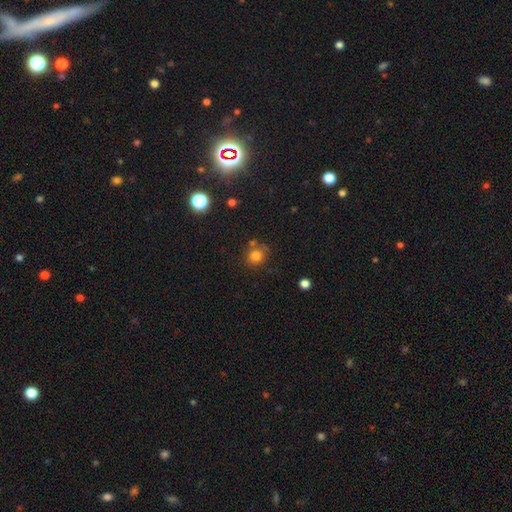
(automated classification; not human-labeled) Smooth or featured: smooth — 78% (star or artifact — 14%)
How rounded: round — 88% (in between — 11%)
Merging: none — 68% (minor disturbance — 14%)